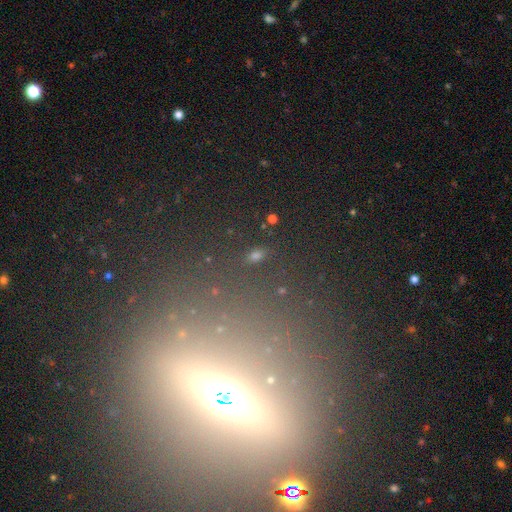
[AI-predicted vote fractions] Smooth or featured: star or artifact — 54% (smooth — 29%)